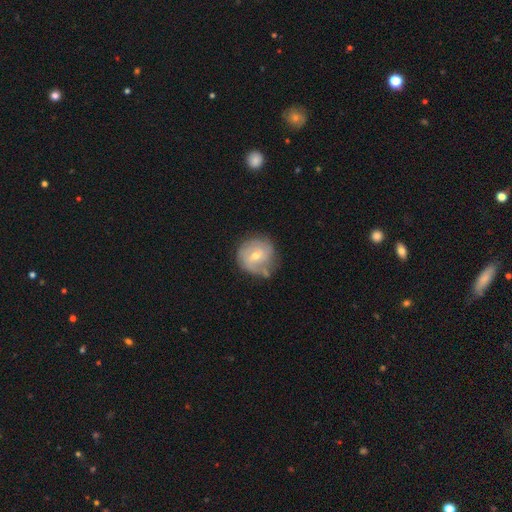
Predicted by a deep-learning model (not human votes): Overall: featured or disk (58%; smooth 34%). Edge-on disk: no (97%). Bar: weak (46%; no 45%). Spiral arms: yes (78%). Bulge size: moderate (53%; small 43%). Merging: none (65%).